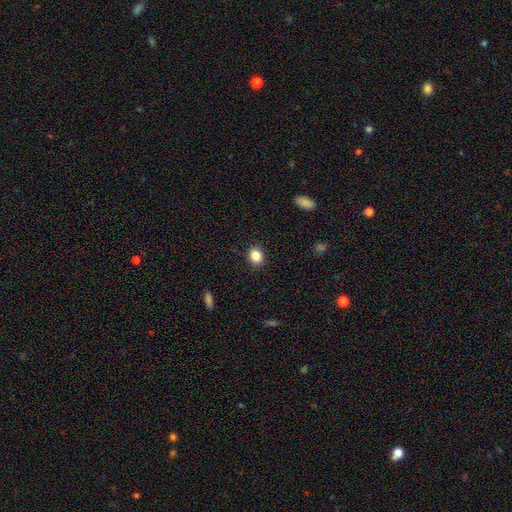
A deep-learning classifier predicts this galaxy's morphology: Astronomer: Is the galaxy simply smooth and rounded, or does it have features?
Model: smooth — 85%.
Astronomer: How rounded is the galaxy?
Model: round — 61% (runner-up: in between, 38%).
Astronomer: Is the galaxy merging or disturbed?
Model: none — 89%.